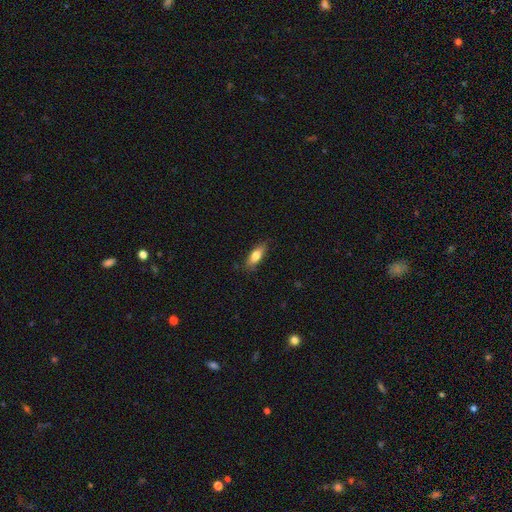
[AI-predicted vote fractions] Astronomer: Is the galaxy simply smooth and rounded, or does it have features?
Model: smooth — 76%.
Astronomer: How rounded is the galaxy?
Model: in between — 67%.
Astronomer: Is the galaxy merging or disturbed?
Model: none — 82%.